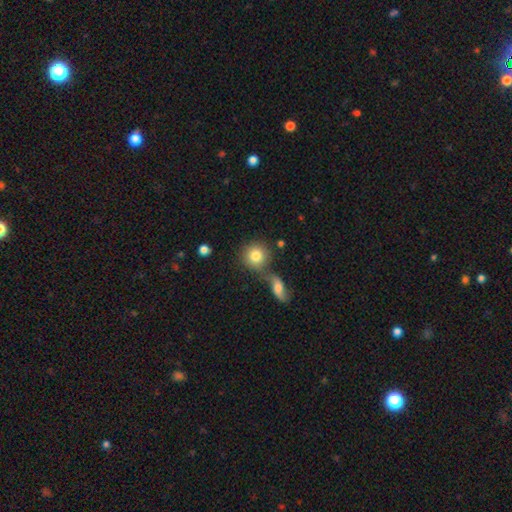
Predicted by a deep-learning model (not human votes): Q: Smooth or featured?
A: smooth (81%); runner-up: featured or disk (11%)
Q: How rounded?
A: round (88%); runner-up: in between (10%)
Q: Merging?
A: none (61%); runner-up: merger (26%)